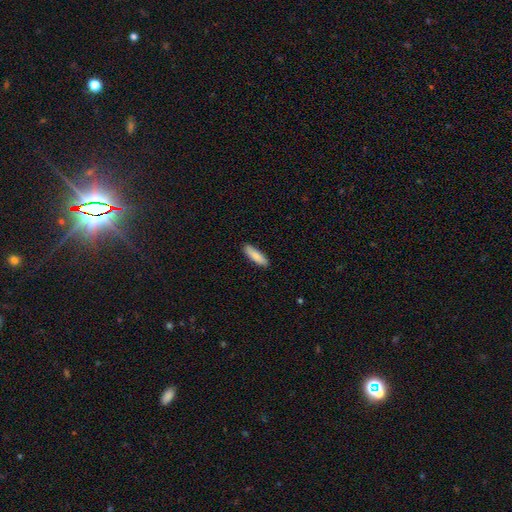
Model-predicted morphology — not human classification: type=smooth (88%); roundness=cigar-shaped (64%); merging=none (90%).